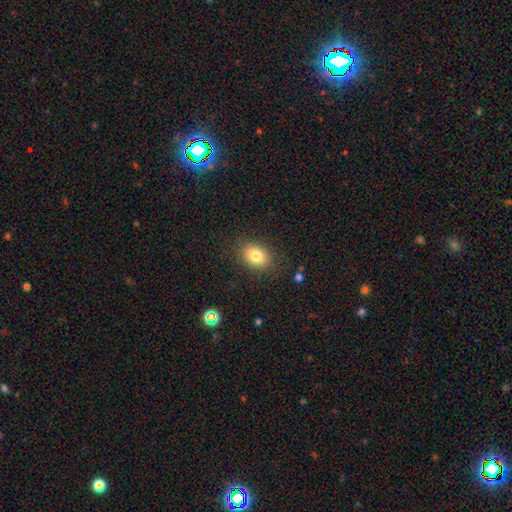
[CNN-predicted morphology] Smooth or featured: smooth — 81% (star or artifact — 10%)
How rounded: in between — 71% (round — 28%)
Merging: none — 85% (minor disturbance — 10%)